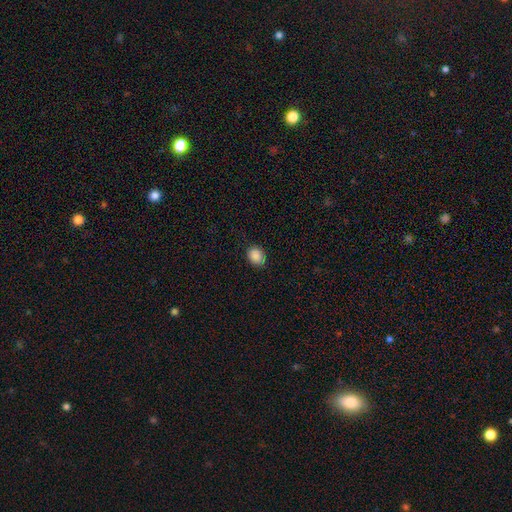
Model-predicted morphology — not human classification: smooth-or-featured: smooth: 88% | star or artifact: 9% | featured or disk: 3%
  how-rounded: in between: 53% | round: 46% | cigar-shaped: 1%
  merging: none: 86% | minor disturbance: 11% | major disturbance: 2% | merger: 1%